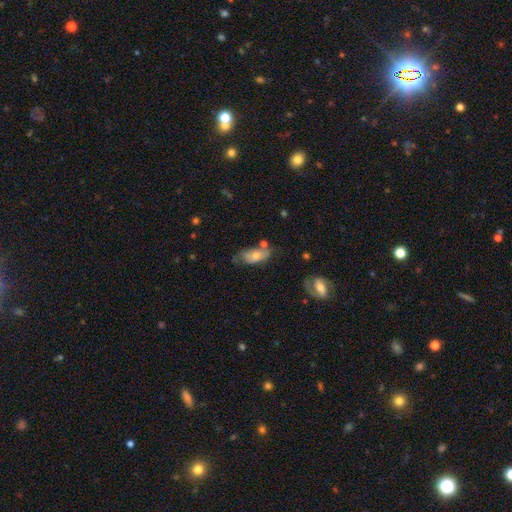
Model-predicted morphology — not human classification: type=smooth (64%); roundness=in between (86%); merging=none (48%).